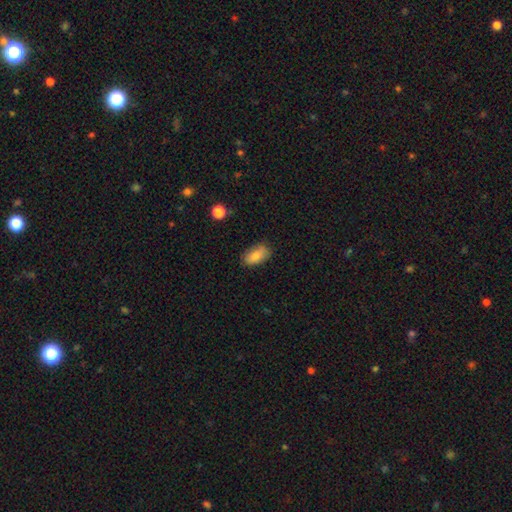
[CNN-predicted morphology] smooth 82%, featured or disk 11%, star or artifact 7%. Down the decision tree: how rounded — in between (92%); merging — none (81%).